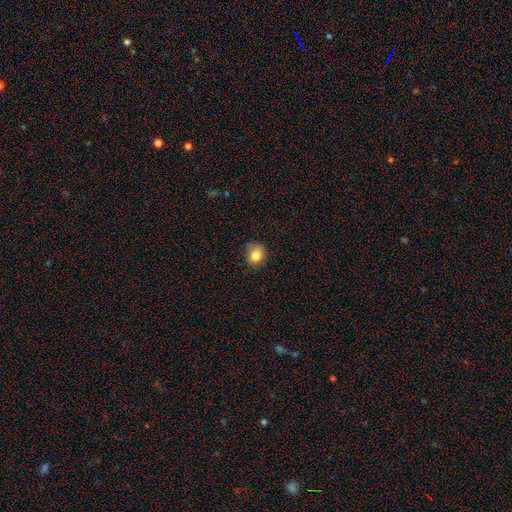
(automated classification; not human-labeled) Smooth or featured: smooth — 82% (star or artifact — 10%)
How rounded: round — 71% (in between — 28%)
Merging: none — 68% (minor disturbance — 25%)